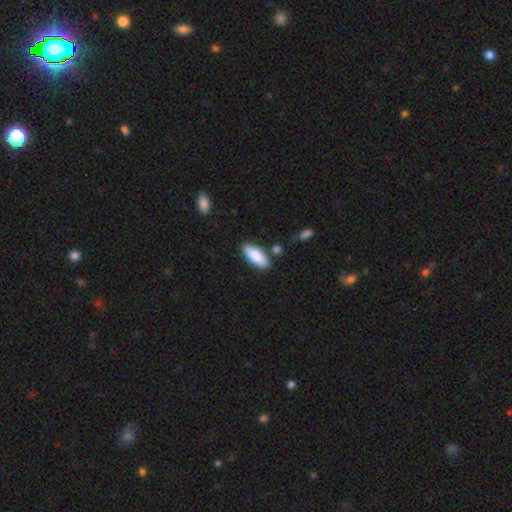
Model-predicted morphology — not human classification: smooth_or_featured: smooth (p=0.86) [alt: featured or disk p=0.08]
how_rounded: in between (p=0.79) [alt: cigar-shaped p=0.19]
merging: none (p=0.78) [alt: minor disturbance p=0.12]